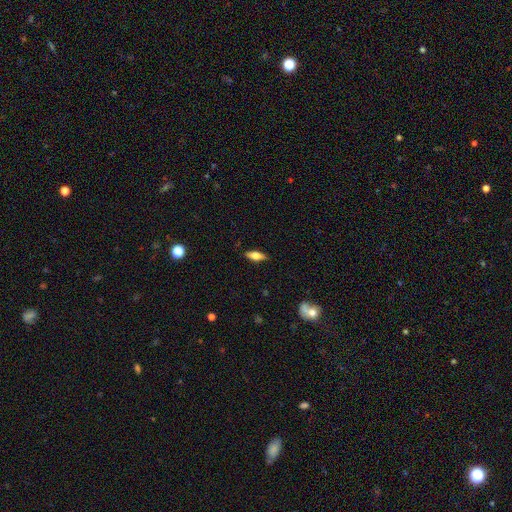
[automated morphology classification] Smooth or featured: smooth — 59% (featured or disk — 33%)
How rounded: in between — 66% (cigar-shaped — 31%)
Merging: none — 87% (minor disturbance — 10%)